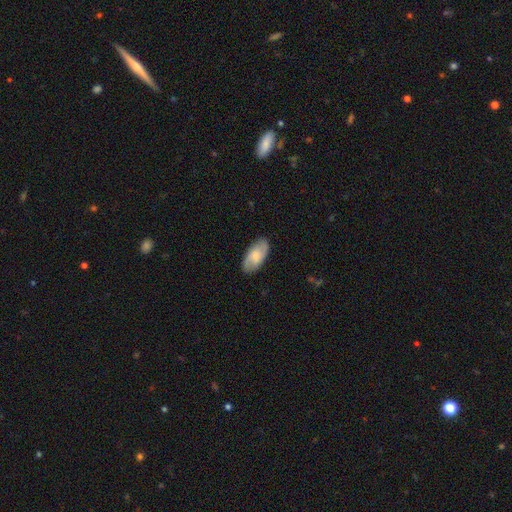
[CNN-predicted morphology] The model was most divided on "smooth or featured": smooth: 50%, featured or disk: 44%, star or artifact: 6%. More confident: how rounded — in between (92%); merging — none (85%).